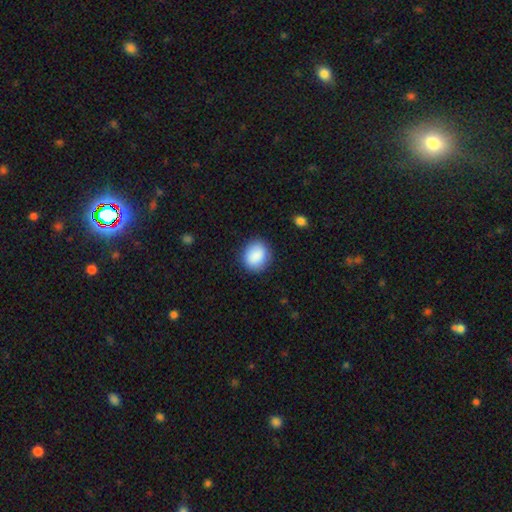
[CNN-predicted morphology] A smooth galaxy with no disk features (89%) that is round (69%).

Vote fractions:
- Smooth or featured? smooth: 89% / star or artifact: 7% / featured or disk: 4%
- How rounded? round: 69% / in between: 30% / cigar-shaped: 1%
- Merging? none: 86% / minor disturbance: 10% / major disturbance: 3% / merger: 1%